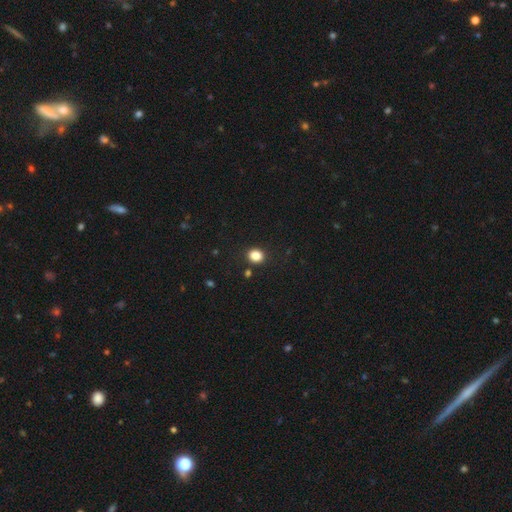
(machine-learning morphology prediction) smooth 84%, star or artifact 11%, featured or disk 4%. Down the decision tree: how rounded — round (67%); merging — none (88%).